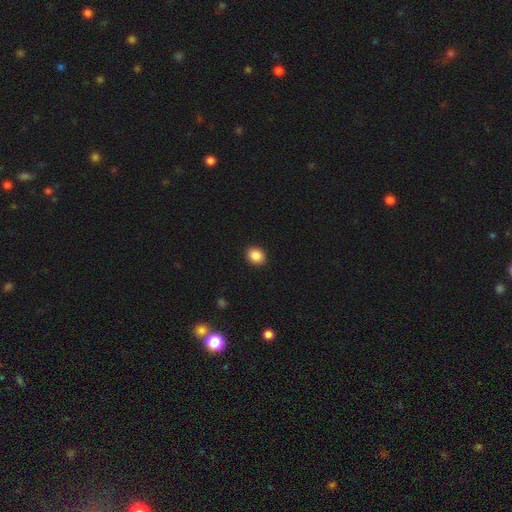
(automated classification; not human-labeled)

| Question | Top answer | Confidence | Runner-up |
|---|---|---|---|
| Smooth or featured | smooth | 88% | star or artifact (9%) |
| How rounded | round | 53% | in between (47%) |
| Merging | none | 91% | minor disturbance (6%) |